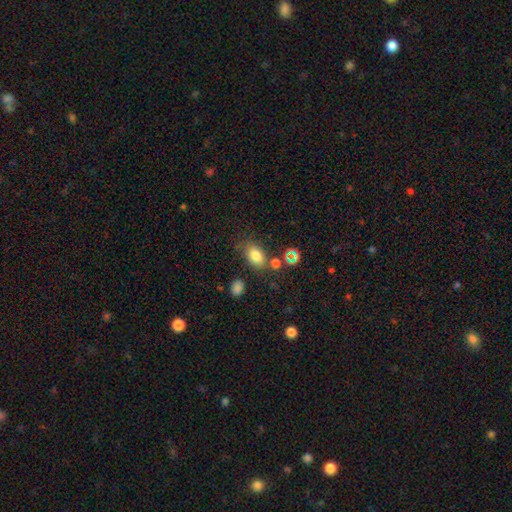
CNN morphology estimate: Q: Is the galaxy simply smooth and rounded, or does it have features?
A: smooth — 79%.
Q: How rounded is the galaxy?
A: in between — 81%.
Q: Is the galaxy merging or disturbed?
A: none — 68%.